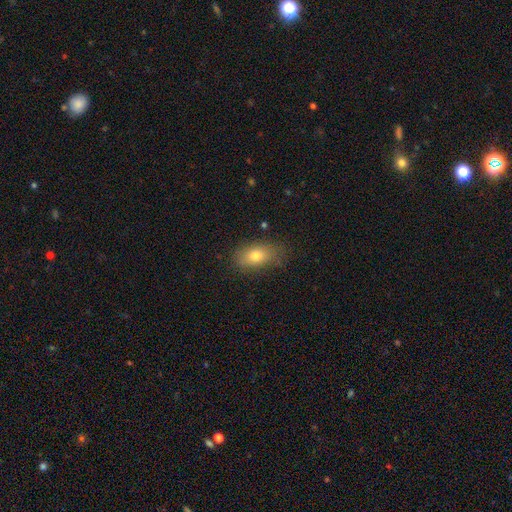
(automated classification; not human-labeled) This appears to be a smooth galaxy with no disk features (77%) that is in between round and cigar-shaped (86%). Merging: none (73%).